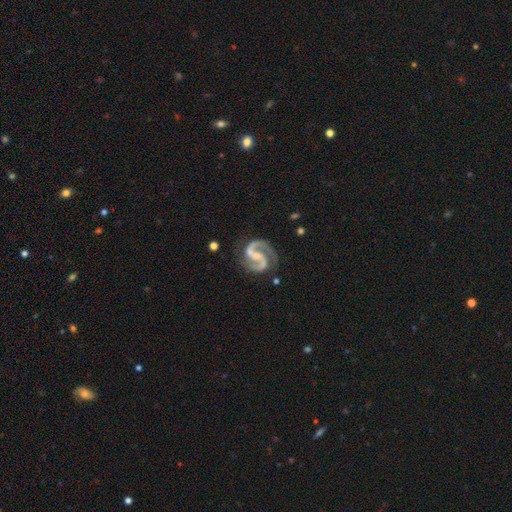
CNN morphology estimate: A featured or disk galaxy (94%) with a weak bar (42%), 2 (94%) medium (66%) spiral arms (99%) and a small central bulge (53%). Merging: none (77%).